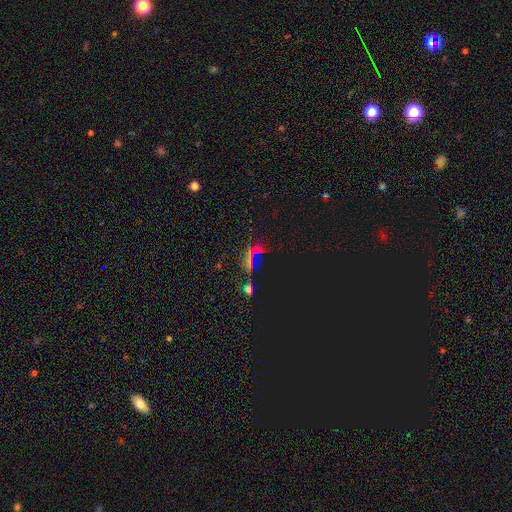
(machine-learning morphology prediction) A star or artifact, not a galaxy (62%).